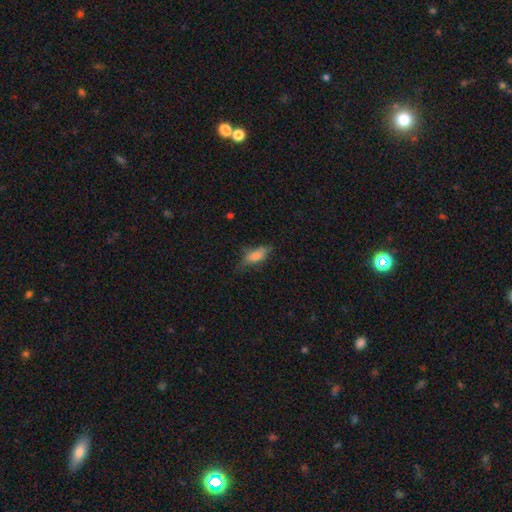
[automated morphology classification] Smooth or featured? smooth (71%)
How rounded? in between (73%)
Merging? none (53%)